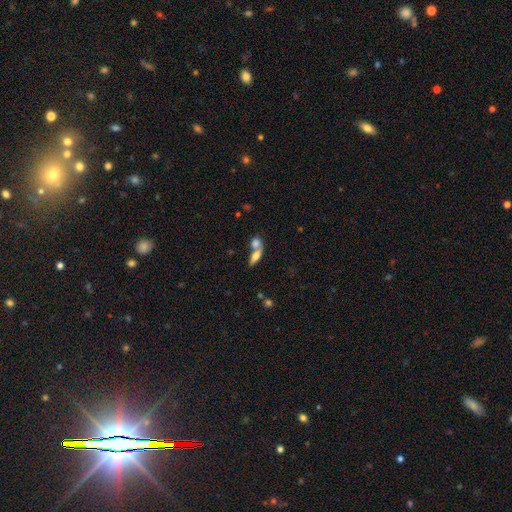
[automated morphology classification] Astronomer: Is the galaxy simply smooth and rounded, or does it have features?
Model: smooth — 66%.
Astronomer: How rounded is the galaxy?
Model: in between — 64%.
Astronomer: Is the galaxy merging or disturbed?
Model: merger — 57%.